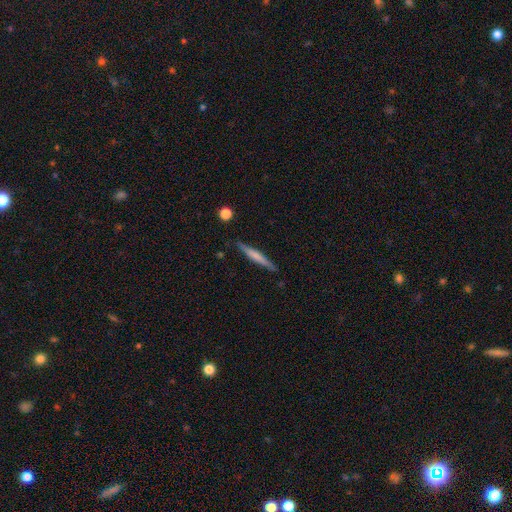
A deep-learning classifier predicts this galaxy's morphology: This is possibly a smooth galaxy (56%). How rounded: clearly cigar-shaped (95%). Merging: clearly none (87%).